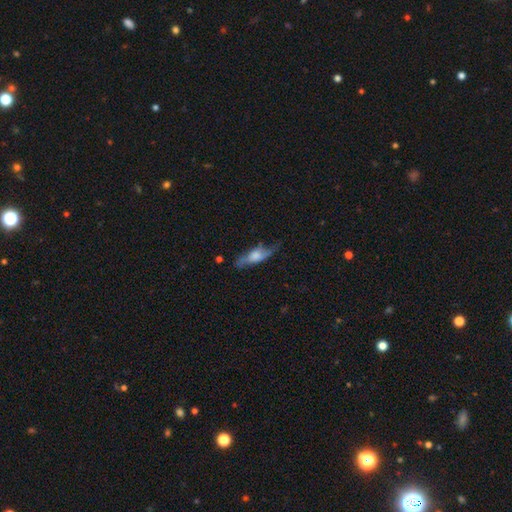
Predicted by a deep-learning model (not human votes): Q: Smooth or featured?
A: featured or disk (50%); runner-up: smooth (43%)
Q: Merging?
A: none (61%); runner-up: minor disturbance (27%)